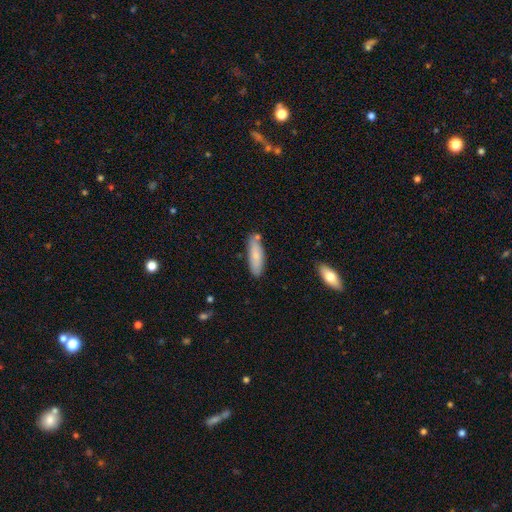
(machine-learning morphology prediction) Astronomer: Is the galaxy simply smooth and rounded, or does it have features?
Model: smooth — 79%.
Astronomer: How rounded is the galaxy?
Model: in between — 51% (runner-up: cigar-shaped, 48%).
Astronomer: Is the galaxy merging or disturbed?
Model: none — 73%.